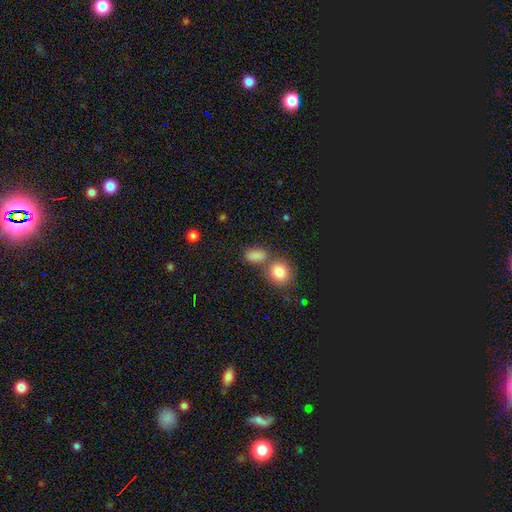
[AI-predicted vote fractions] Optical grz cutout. It shows a smooth galaxy with no disk features (83%) that is in between round and cigar-shaped (76%). Merging: none (53%).